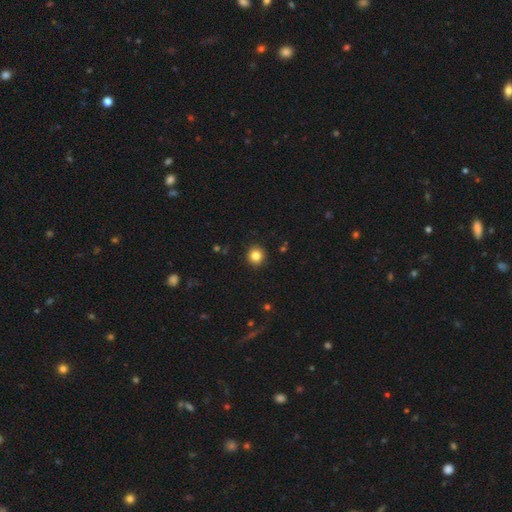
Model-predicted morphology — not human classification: Q: Smooth or featured?
A: smooth (83%); runner-up: star or artifact (11%)
Q: How rounded?
A: round (94%); runner-up: in between (5%)
Q: Merging?
A: none (93%); runner-up: minor disturbance (5%)